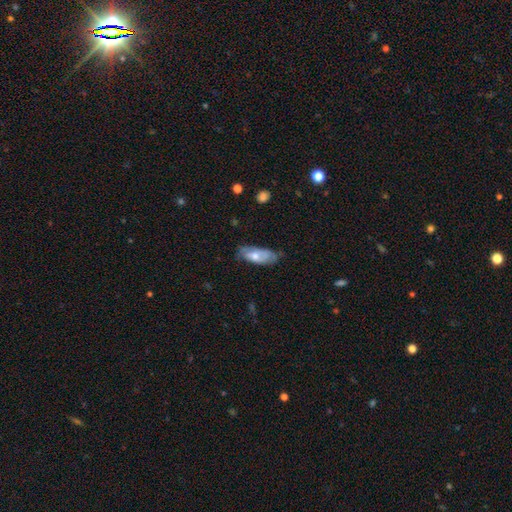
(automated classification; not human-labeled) smooth_or_featured: smooth (p=0.52) [alt: featured or disk p=0.41]
how_rounded: in between (p=0.81) [alt: cigar-shaped p=0.17]
merging: none (p=0.56) [alt: minor disturbance p=0.33]